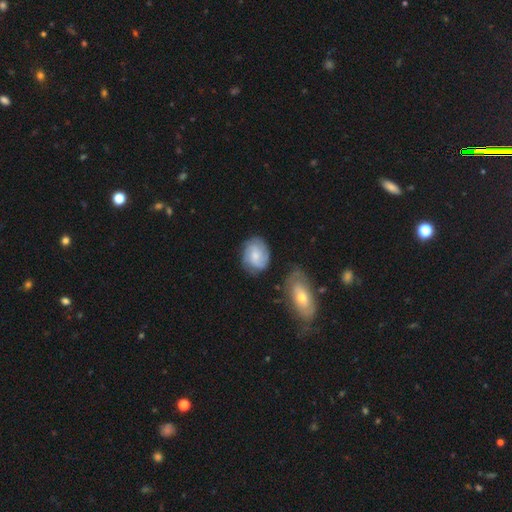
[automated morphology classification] A featured or disk galaxy (55%) with no bar (65%), spiral arms (88%) and a small central bulge (56%).

Vote fractions:
- Smooth or featured? featured or disk: 55% / smooth: 38% / star or artifact: 7%
- Edge-on disk? no: 97% / yes: 3%
- Bar? no: 65% / weak: 31% / strong: 4%
- Spiral arms? yes: 88% / no: 12%
- Bulge size? small: 56% / moderate: 32% / none: 7% / large: 3% / dominant: 1%
- Merging? none: 70% / minor disturbance: 19% / major disturbance: 6% / merger: 5%